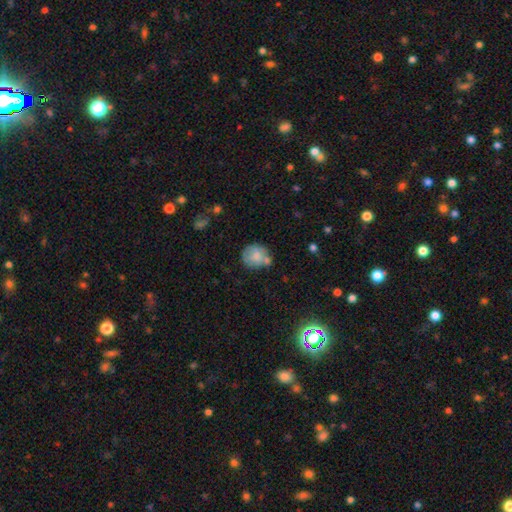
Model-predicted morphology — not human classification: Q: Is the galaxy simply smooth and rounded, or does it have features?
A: smooth — 74%.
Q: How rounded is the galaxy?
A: round — 76%.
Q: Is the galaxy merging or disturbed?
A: none — 53%.